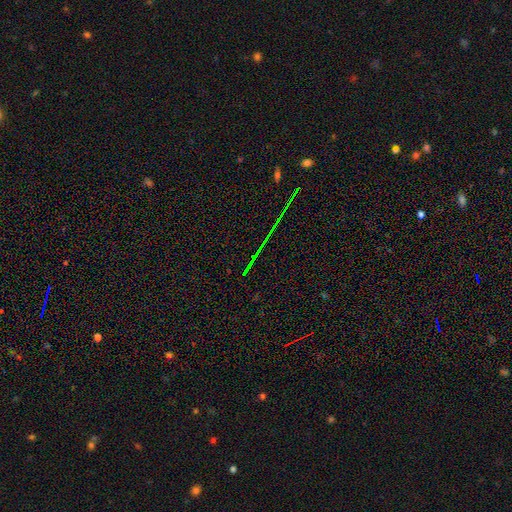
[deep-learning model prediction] smooth-or-featured: star or artifact: 78% | featured or disk: 13% | smooth: 9%